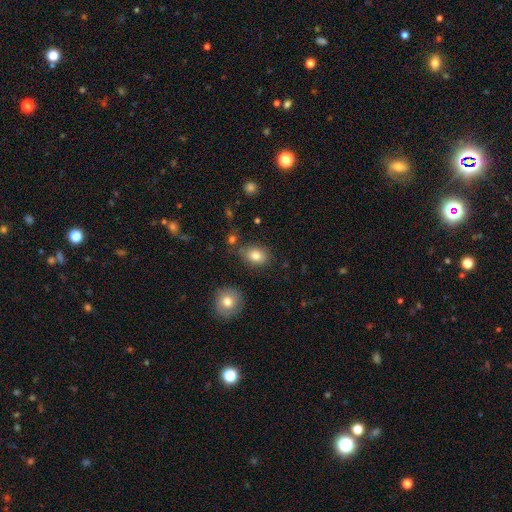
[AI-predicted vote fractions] A smooth galaxy with no disk features (81%) that is in between round and cigar-shaped (74%).

Vote fractions:
- Smooth or featured? smooth: 81% / featured or disk: 10% / star or artifact: 9%
- How rounded? in between: 74% / round: 25% / cigar-shaped: 1%
- Merging? none: 77% / minor disturbance: 15% / merger: 5% / major disturbance: 4%